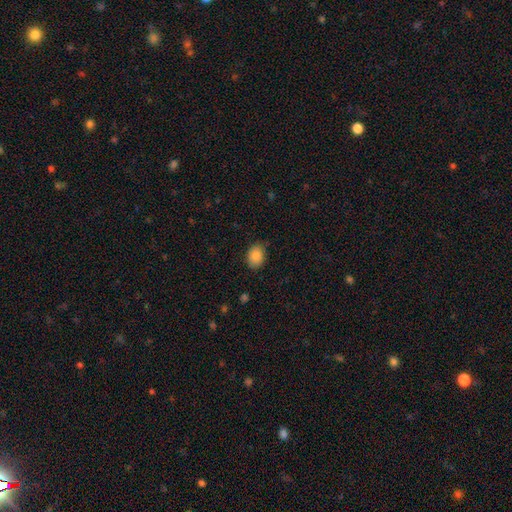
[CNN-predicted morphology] type=smooth (87%); roundness=in between (73%); merging=none (80%).